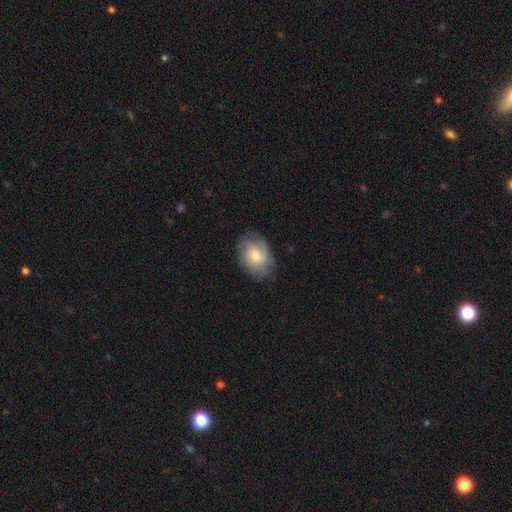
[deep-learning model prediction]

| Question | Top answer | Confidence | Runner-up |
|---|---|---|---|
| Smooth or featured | smooth | 57% | featured or disk (36%) |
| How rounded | in between | 76% | round (23%) |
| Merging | none | 76% | minor disturbance (18%) |